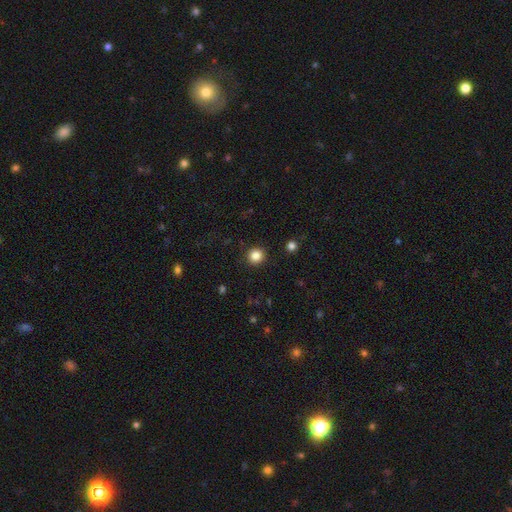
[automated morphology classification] The model was most divided on "smooth or featured": smooth: 85%, star or artifact: 11%, featured or disk: 4%. More confident: how rounded — round (92%); merging — none (92%).